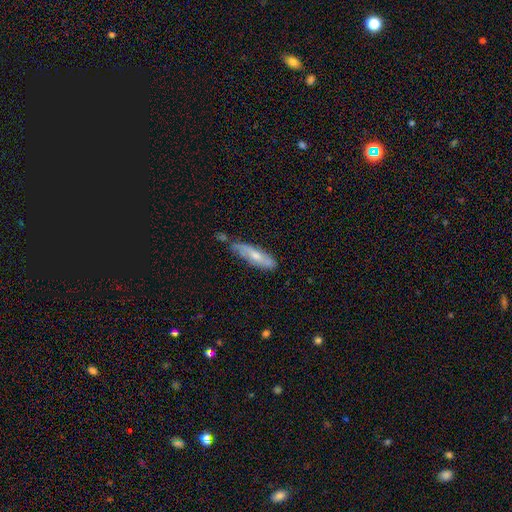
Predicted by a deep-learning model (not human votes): Morphology: type=smooth (52%); roundness=cigar-shaped (63%); merging=none (58%).